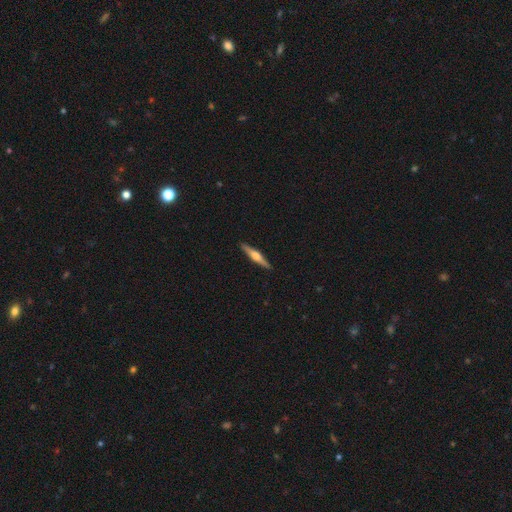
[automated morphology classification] smooth-or-featured: featured or disk: 68% | smooth: 27% | star or artifact: 5%
  disk-edge-on: yes: 98% | no: 2%
    edge-on-bulge: rounded: 91% | boxy: 5% | none: 3%
  merging: none: 92% | minor disturbance: 6% | major disturbance: 1% | merger: 1%